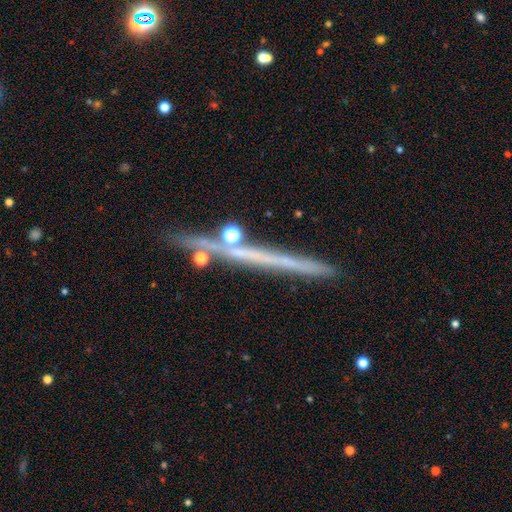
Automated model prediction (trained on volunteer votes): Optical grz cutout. It shows a featured or disk galaxy (61%) viewed edge-on (96%) with no central bulge (84%). Merging: none (82%).